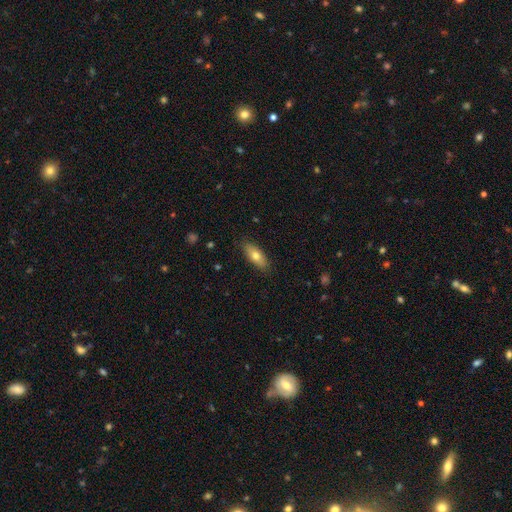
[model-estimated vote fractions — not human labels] A smooth galaxy with no disk features (69%) that is in between round and cigar-shaped (74%).

Vote fractions:
- Smooth or featured? smooth: 69% / featured or disk: 24% / star or artifact: 7%
- How rounded? in between: 74% / cigar-shaped: 23% / round: 3%
- Merging? none: 87% / minor disturbance: 10% / major disturbance: 2% / merger: 1%